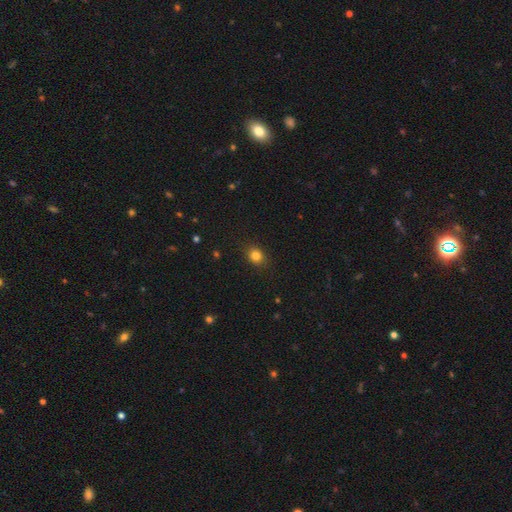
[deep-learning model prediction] This is clearly a smooth galaxy (83%). How rounded: likely round (62%). Merging: clearly none (86%).